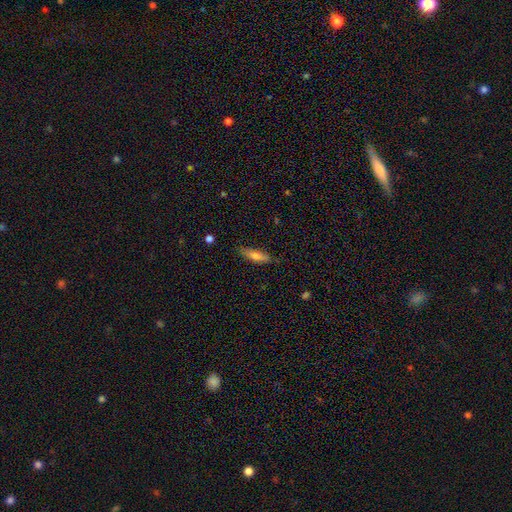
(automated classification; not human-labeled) Smooth or featured? smooth (69%)
How rounded? cigar-shaped (59%)
Merging? none (80%)